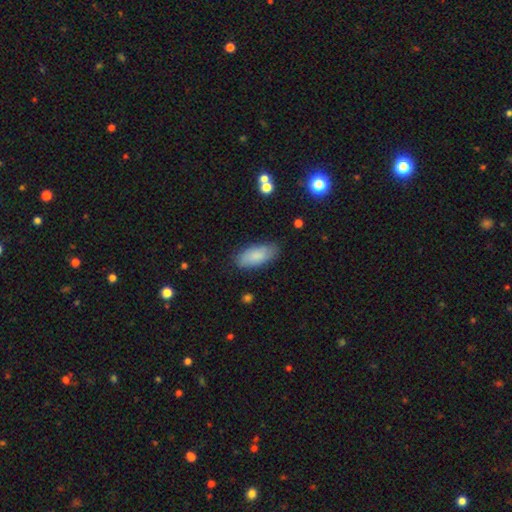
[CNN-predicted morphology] smooth 85%, featured or disk 9%, star or artifact 6%. Down the decision tree: how rounded — in between (87%); merging — none (82%).